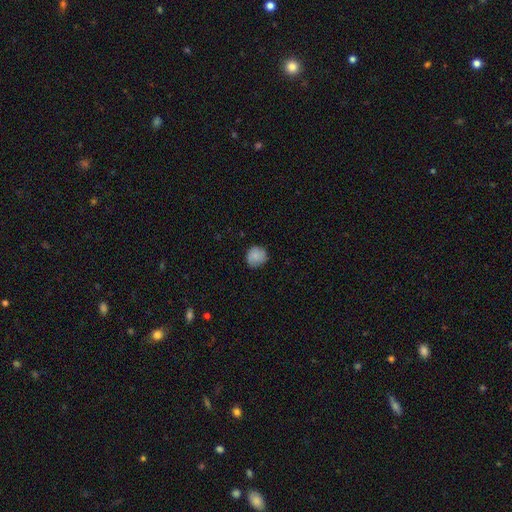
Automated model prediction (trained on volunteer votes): A smooth galaxy with no disk features (82%) that is round (88%). Merging: none (78%).